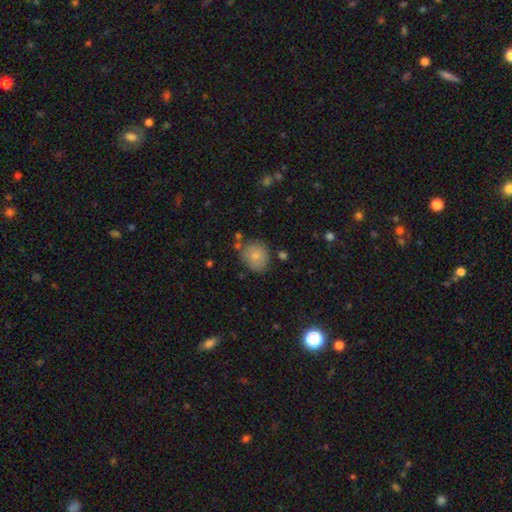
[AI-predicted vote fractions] Smooth or featured: smooth — 76% (featured or disk — 15%)
How rounded: round — 75% (in between — 24%)
Merging: none — 70% (minor disturbance — 19%)